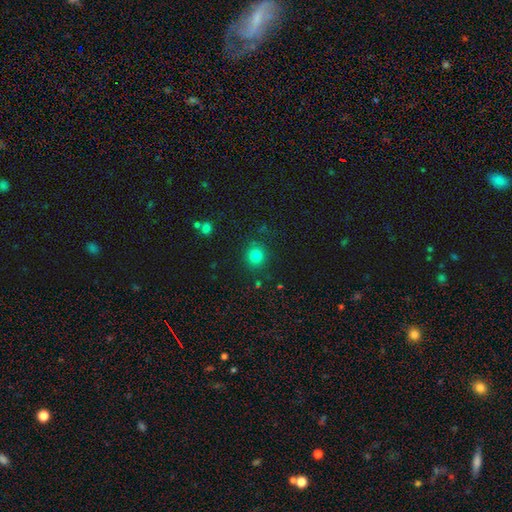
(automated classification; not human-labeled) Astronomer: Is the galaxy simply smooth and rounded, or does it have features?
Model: smooth — 82%.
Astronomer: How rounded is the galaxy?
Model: round — 87%.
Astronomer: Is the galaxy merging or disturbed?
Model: none — 86%.